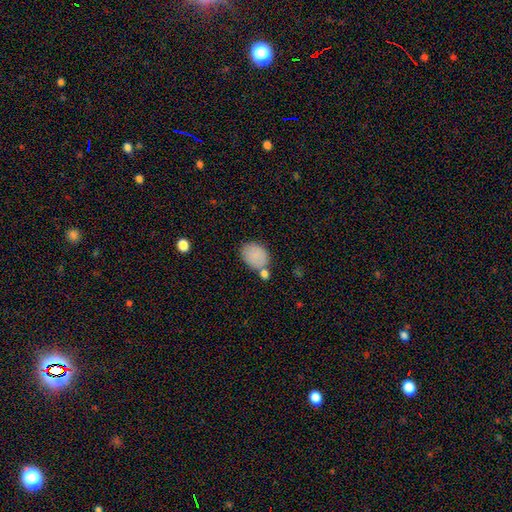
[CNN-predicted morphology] smooth 86%, star or artifact 8%, featured or disk 7%. Down the decision tree: how rounded — in between (71%); merging — none (64%).